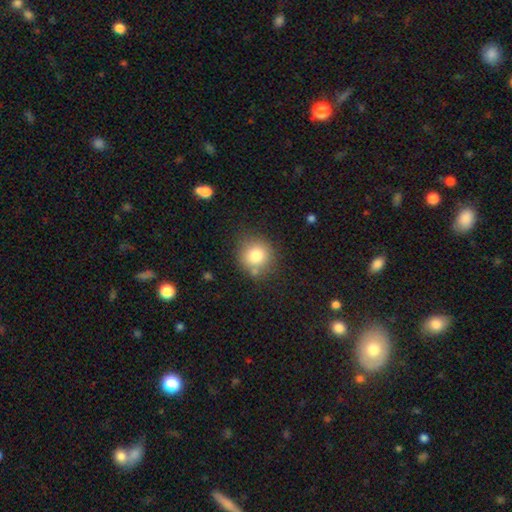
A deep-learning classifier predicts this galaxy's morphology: Smooth or featured: smooth — 80% (star or artifact — 11%)
How rounded: round — 89% (in between — 10%)
Merging: none — 75% (minor disturbance — 14%)